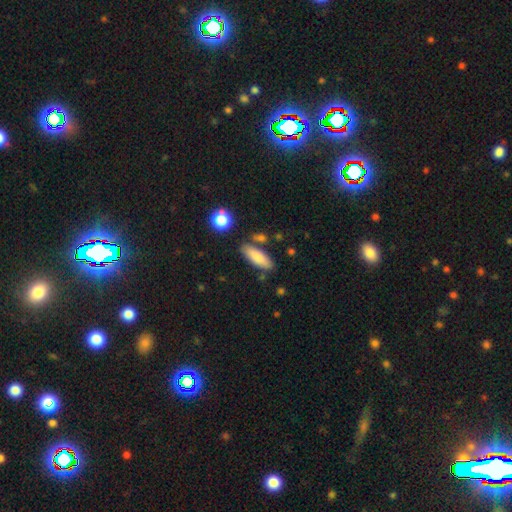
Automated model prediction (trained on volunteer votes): The model was most divided on "how rounded": in between: 63%, cigar-shaped: 34%, round: 3%. More confident: smooth or featured — smooth (83%); merging — none (78%).